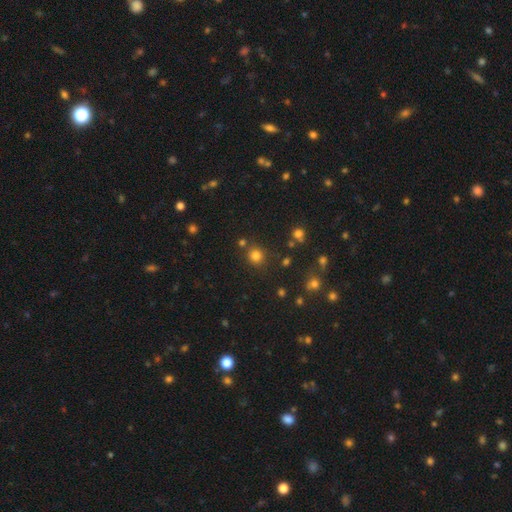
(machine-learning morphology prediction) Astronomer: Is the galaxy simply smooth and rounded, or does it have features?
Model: smooth — 78%.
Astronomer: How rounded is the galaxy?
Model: round — 89%.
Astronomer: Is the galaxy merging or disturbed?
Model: none — 81%.